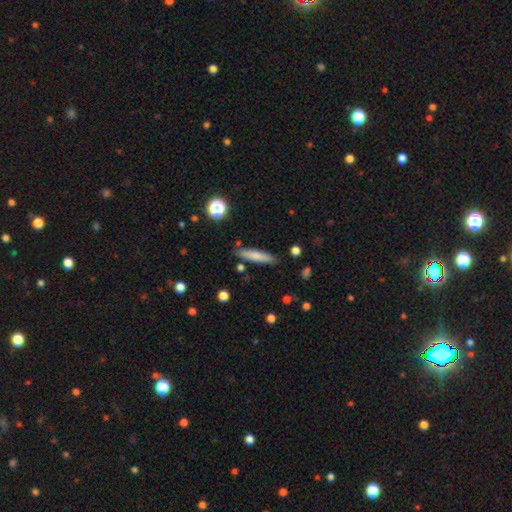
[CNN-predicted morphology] Smooth or featured? smooth (75%)
How rounded? cigar-shaped (85%)
Merging? none (85%)